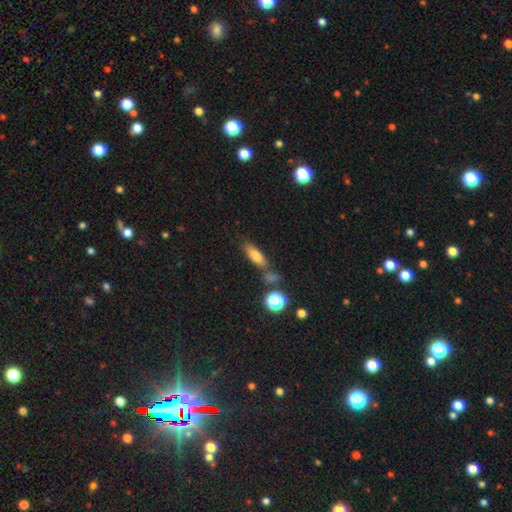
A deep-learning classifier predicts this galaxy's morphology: smooth-or-featured: smooth: 74% | featured or disk: 15% | star or artifact: 12%
  how-rounded: in between: 62% | cigar-shaped: 33% | round: 6%
  merging: none: 64% | merger: 17% | minor disturbance: 14% | major disturbance: 5%